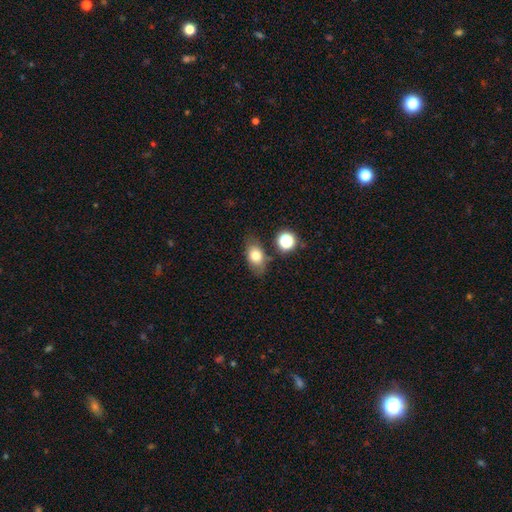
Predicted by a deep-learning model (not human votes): smooth_or_featured: smooth (p=0.75) [alt: featured or disk p=0.15]
how_rounded: in between (p=0.80) [alt: round p=0.17]
merging: none (p=0.72) [alt: minor disturbance p=0.16]